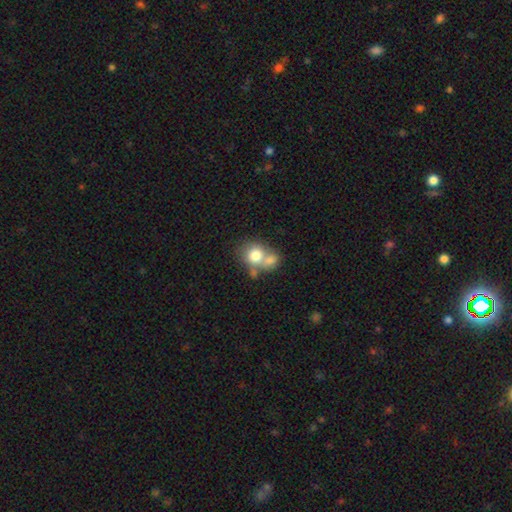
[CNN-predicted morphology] smooth_or_featured: smooth (p=0.74) [alt: featured or disk p=0.16]
how_rounded: round (p=0.70) [alt: in between p=0.29]
merging: merger (p=0.55) [alt: none p=0.31]